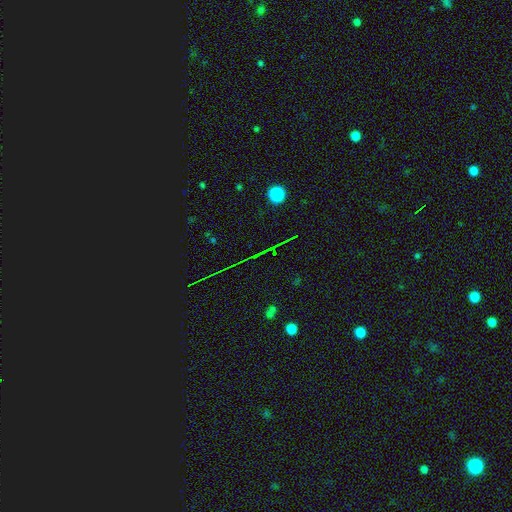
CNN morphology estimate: type=star or artifact (75%).